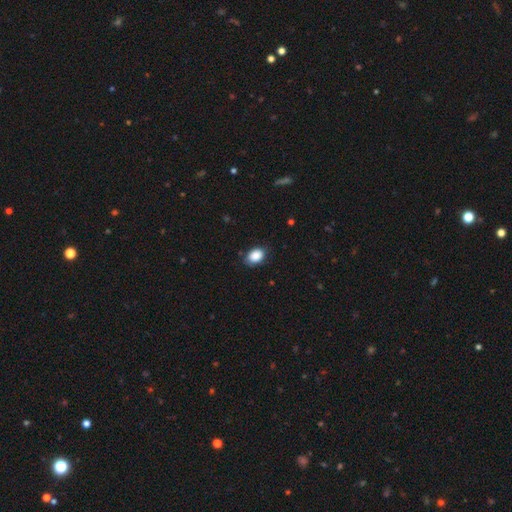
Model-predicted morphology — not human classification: A smooth galaxy with no disk features (87%) that is in between round and cigar-shaped (80%). Merging: none (76%).